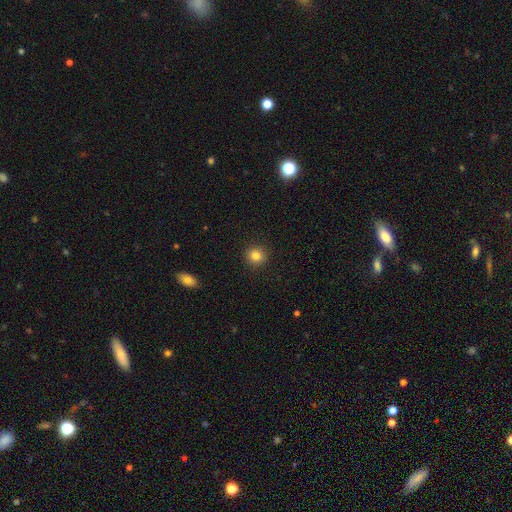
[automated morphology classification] A smooth galaxy with no disk features (83%) that is round (93%). Merging: none (92%).